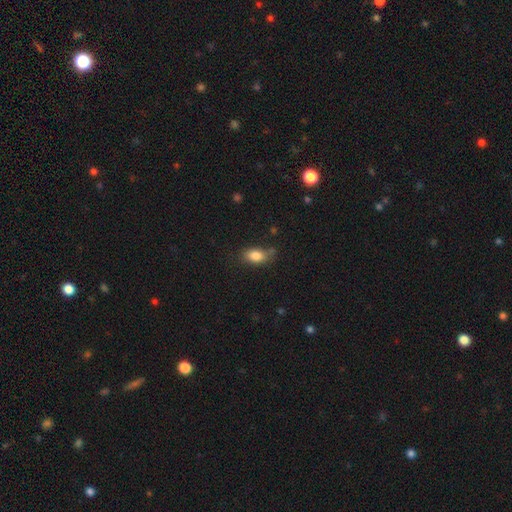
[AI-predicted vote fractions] The model was most divided on "merging": none: 64%, minor disturbance: 25%, major disturbance: 7%, merger: 5%. More confident: how rounded — in between (87%); smooth or featured — smooth (84%).